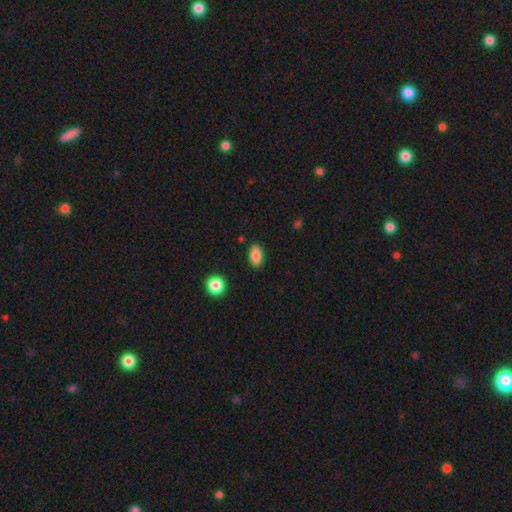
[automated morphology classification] Smooth or featured? Predicted: smooth (p=0.86). How rounded? Predicted: in between (p=0.89). Merging? Predicted: none (p=0.87).